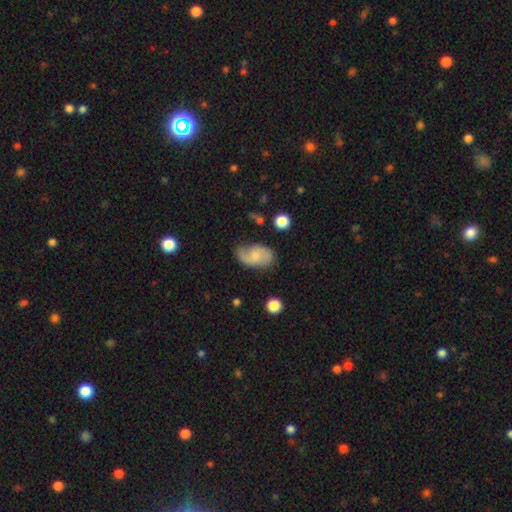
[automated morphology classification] type=featured or disk (60%); edge-on=no (97%); bar=no (58%); spiral arms=yes (91%); winding=medium (42%); arm count=2 (82%); bulge=small (42%); merging=none (67%).